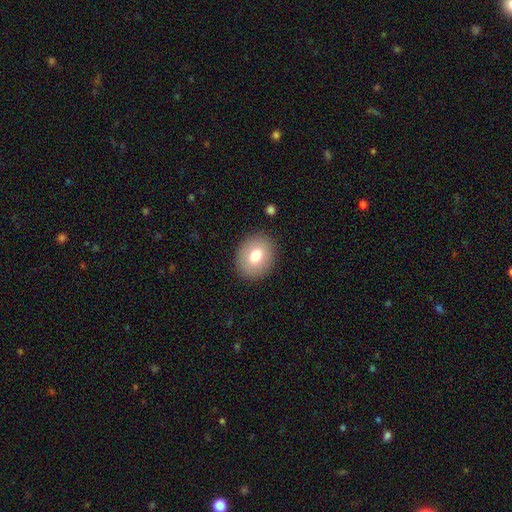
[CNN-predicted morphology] type=smooth (76%); roundness=round (58%); merging=none (89%).